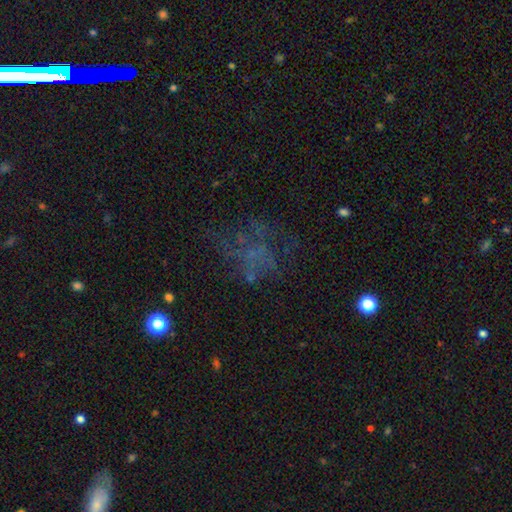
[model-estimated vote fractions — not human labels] Overall: featured or disk (43%; star or artifact 29%). Merging: none (51%; major disturbance 30%).